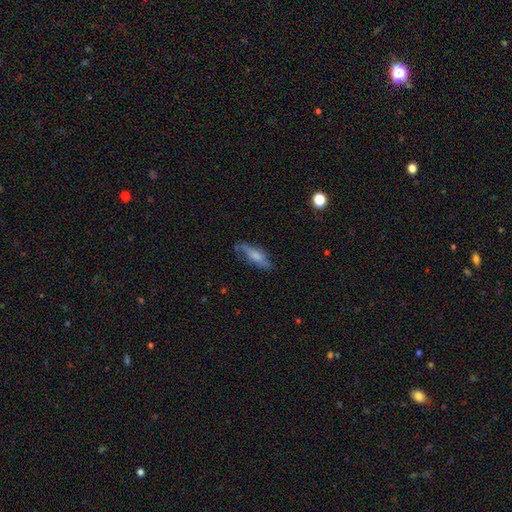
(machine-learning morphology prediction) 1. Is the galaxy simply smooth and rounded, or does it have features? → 57% smooth, 35% featured or disk, 8% star or artifact.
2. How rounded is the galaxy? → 50% in between, 48% cigar-shaped, 3% round.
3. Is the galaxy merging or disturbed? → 61% none, 26% minor disturbance, 10% major disturbance, 3% merger.